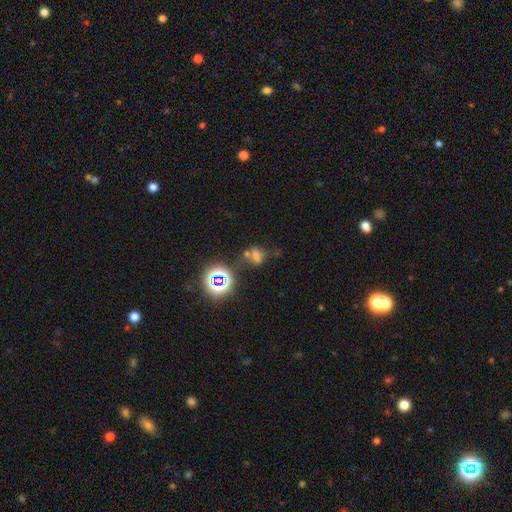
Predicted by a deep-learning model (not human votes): This appears to be a smooth galaxy with no disk features (49%). Merging: none (46%).